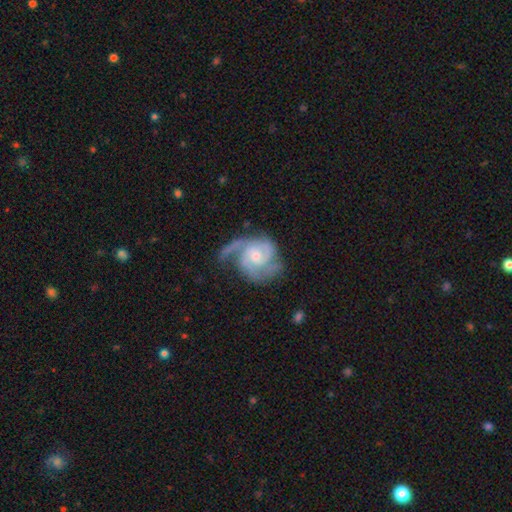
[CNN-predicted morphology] smooth-or-featured: featured or disk: 88% | smooth: 7% | star or artifact: 5%
  disk-edge-on: no: 98% | yes: 2%
    bar: no: 69% | weak: 26% | strong: 5%
    has-spiral-arms: yes: 97% | no: 3%
      spiral-winding: medium: 45% | tight: 43% | loose: 12%
      spiral-arm-count: 3: 45% | 2: 30% | can't tell: 10% | 4: 6% | 1: 5% | more than 4: 4%
    bulge-size: small: 52% | moderate: 43% | large: 2% | none: 2% | dominant: 1%
  merging: none: 57% | minor disturbance: 23% | major disturbance: 17% | merger: 2%